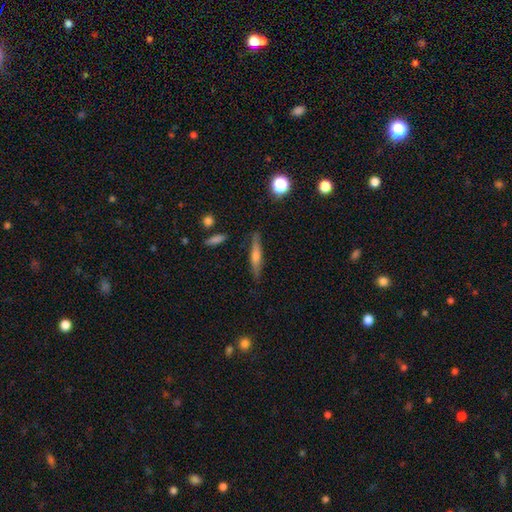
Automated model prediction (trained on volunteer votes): A featured or disk galaxy (54%) viewed edge-on (95%) with a rounded central bulge (75%).

Vote fractions:
- Smooth or featured? featured or disk: 54% / smooth: 38% / star or artifact: 8%
- Edge-on disk? yes: 95% / no: 5%
- Edge-on bulge? rounded: 75% / none: 14% / boxy: 11%
- Merging? none: 87% / minor disturbance: 10% / major disturbance: 2% / merger: 2%